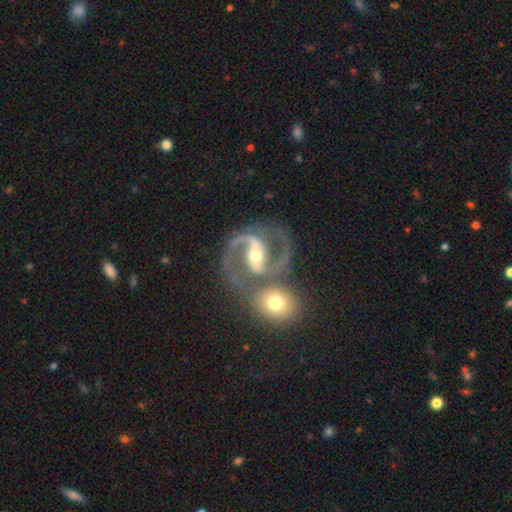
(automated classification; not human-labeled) Smooth or featured: featured or disk — 92% (star or artifact — 5%)
Edge-on disk: no — 98% (yes — 2%)
Bar: strong — 59% (weak — 28%)
Spiral arms: yes — 98% (no — 2%)
Spiral winding: medium — 66% (loose — 17%)
Spiral arm count: 2 — 94% (3 — 2%)
Bulge size: moderate — 61% (small — 34%)
Merging: none — 57% (merger — 24%)